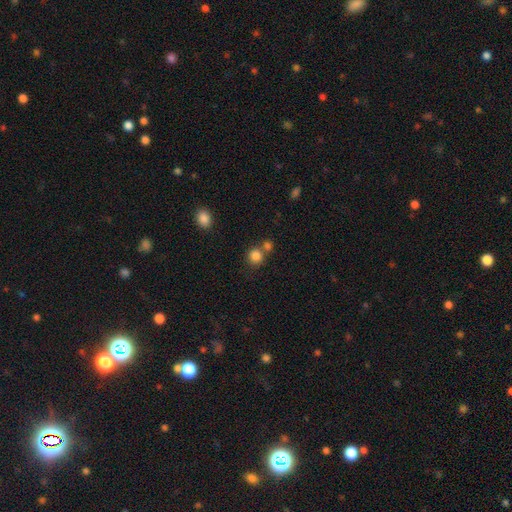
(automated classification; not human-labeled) smooth-or-featured: smooth: 83% | star or artifact: 11% | featured or disk: 5%
  how-rounded: round: 88% | in between: 11% | cigar-shaped: 1%
  merging: none: 61% | merger: 28% | minor disturbance: 8% | major disturbance: 3%